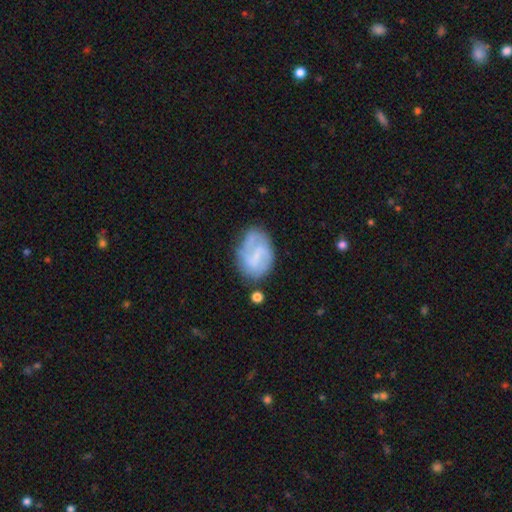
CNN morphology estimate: The model was most divided on "bulge size" (2-way tie): none: 42%, small: 42%, moderate: 14%, large: 2%, dominant: 1%. Remaining: edge-on disk — no (97%); spiral arms — yes (71%); smooth or featured — featured or disk (57%); merging — none (57%); bar — weak (49%).